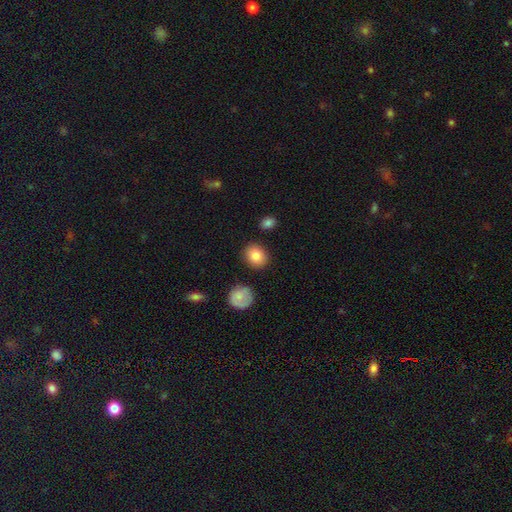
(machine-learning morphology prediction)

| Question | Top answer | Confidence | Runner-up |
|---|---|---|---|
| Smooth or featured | smooth | 83% | star or artifact (9%) |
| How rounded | round | 68% | in between (31%) |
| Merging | none | 86% | minor disturbance (9%) |